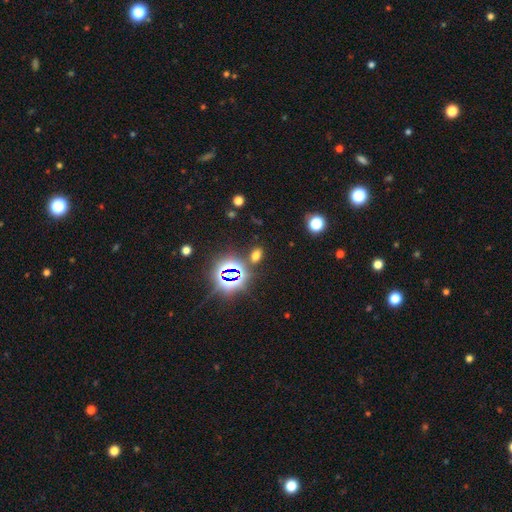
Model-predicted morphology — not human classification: smooth-or-featured: smooth: 55% | star or artifact: 38% | featured or disk: 7%
  how-rounded: in between: 80% | round: 17% | cigar-shaped: 4%
  merging: none: 82% | minor disturbance: 9% | merger: 6% | major disturbance: 4%